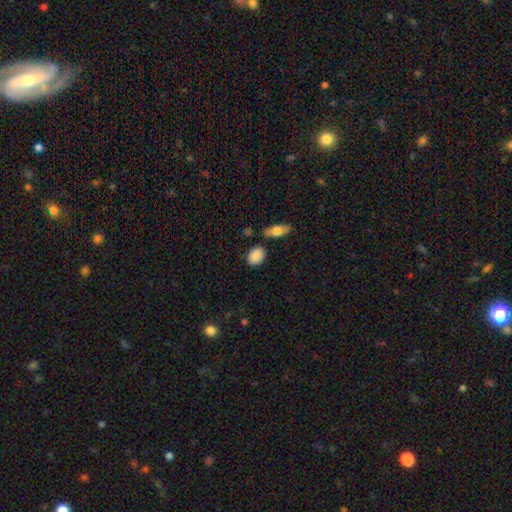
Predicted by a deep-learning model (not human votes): smooth_or_featured: smooth (p=0.87) [alt: star or artifact p=0.07]
how_rounded: in between (p=0.62) [alt: round p=0.36]
merging: none (p=0.77) [alt: minor disturbance p=0.14]